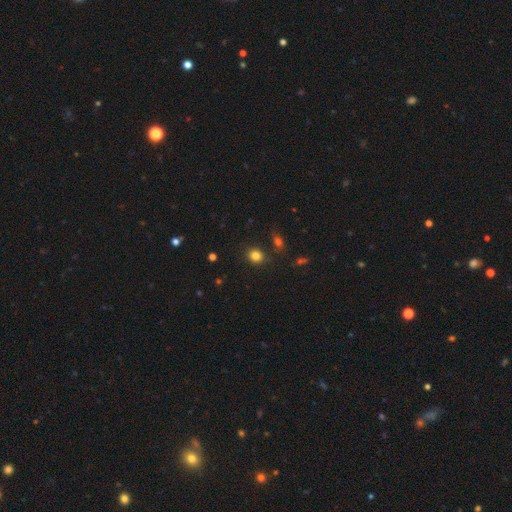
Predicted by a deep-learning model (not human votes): Smooth or featured: smooth — 82% (star or artifact — 13%)
How rounded: round — 74% (in between — 25%)
Merging: none — 81% (minor disturbance — 10%)